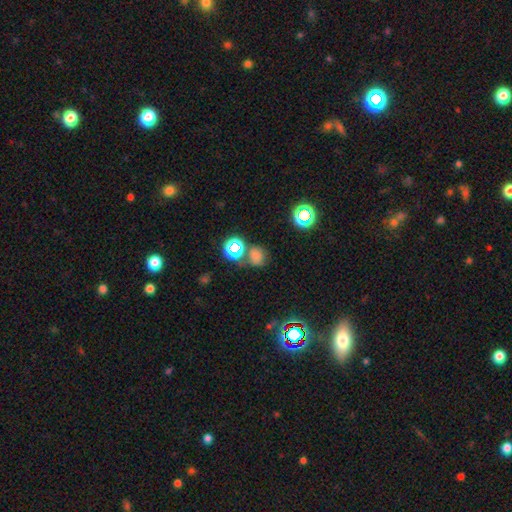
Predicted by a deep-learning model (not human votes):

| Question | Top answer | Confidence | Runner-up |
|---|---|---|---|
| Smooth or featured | smooth | 68% | star or artifact (25%) |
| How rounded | round | 76% | in between (23%) |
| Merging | none | 61% | merger (19%) |